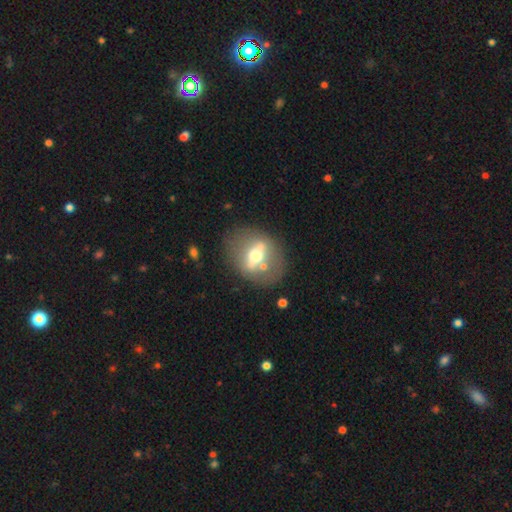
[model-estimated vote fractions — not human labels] Overall: featured or disk (62%; smooth 30%). Edge-on disk: no (69%; yes 31%). Merging: none (70%).